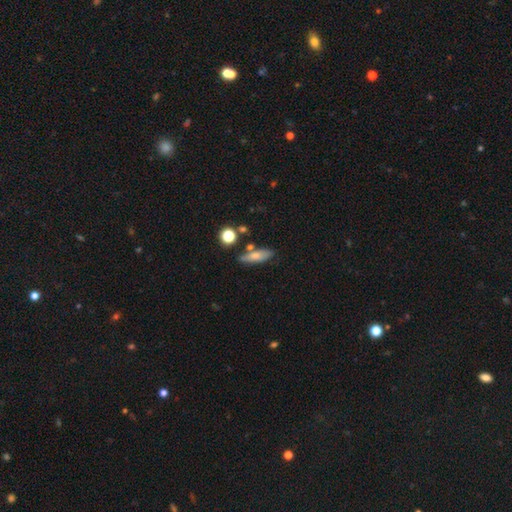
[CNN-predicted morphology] Smooth or featured?
  - smooth: 70% *
  - featured or disk: 21%
  - star or artifact: 9%
How rounded?
  - cigar-shaped: 49% *
  - in between: 46%
  - round: 5%
Merging?
  - none: 69% *
  - minor disturbance: 17%
  - merger: 9%
  - major disturbance: 5%